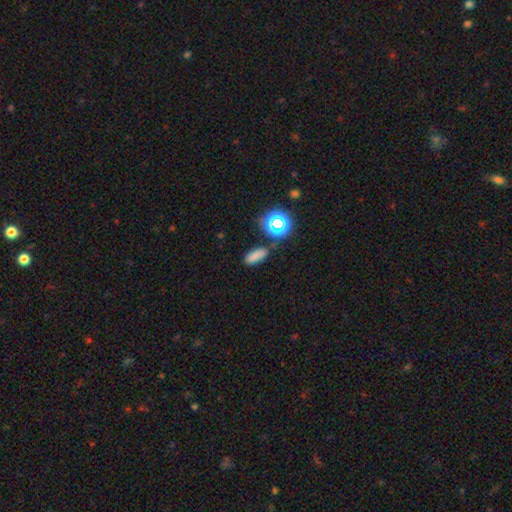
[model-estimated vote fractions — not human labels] Smooth or featured? Predicted: smooth (p=0.73). How rounded? Predicted: in between (p=0.68). Merging? Predicted: none (p=0.79).